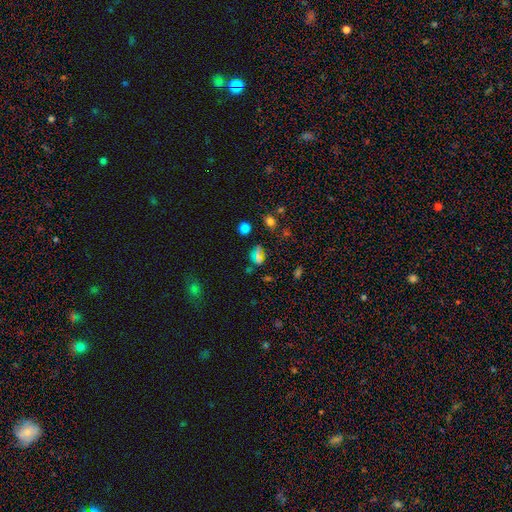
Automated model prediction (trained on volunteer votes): Morphology: type=smooth (46%); merging=none (75%).